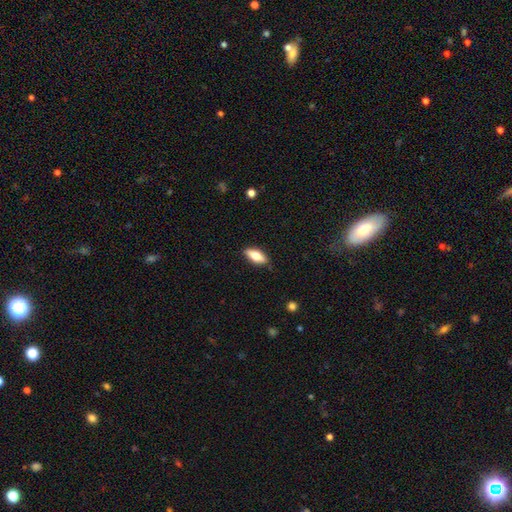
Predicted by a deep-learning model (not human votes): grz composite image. It shows a smooth galaxy with no disk features (69%) that is in between round and cigar-shaped (80%). Merging: none (85%).